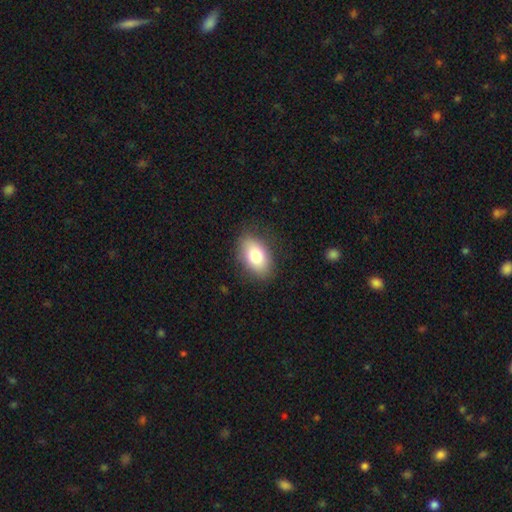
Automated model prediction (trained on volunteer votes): smooth_or_featured: smooth (p=0.79) [alt: featured or disk p=0.13]
how_rounded: in between (p=0.87) [alt: round p=0.11]
merging: none (p=0.83) [alt: minor disturbance p=0.12]